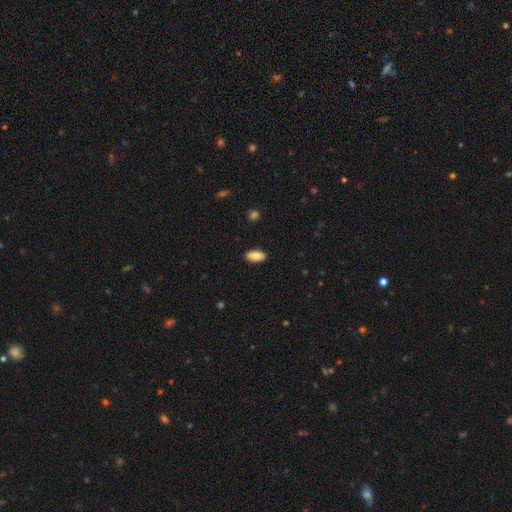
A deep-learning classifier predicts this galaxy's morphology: Smooth or featured? smooth (87%)
How rounded? in between (91%)
Merging? none (89%)